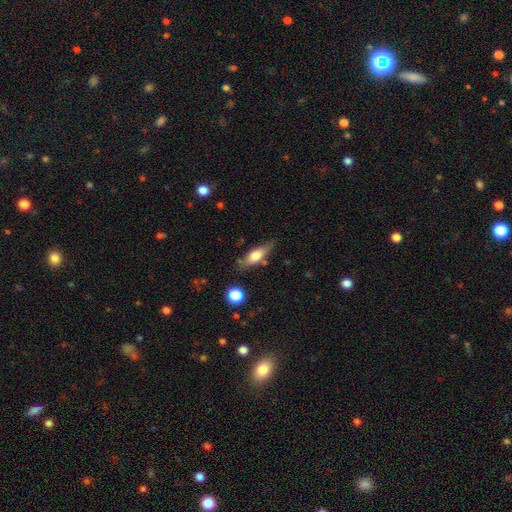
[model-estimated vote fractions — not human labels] smooth-or-featured: smooth: 57% | featured or disk: 36% | star or artifact: 7%
  how-rounded: in between: 56% | cigar-shaped: 40% | round: 4%
  merging: none: 70% | minor disturbance: 20% | merger: 5% | major disturbance: 5%